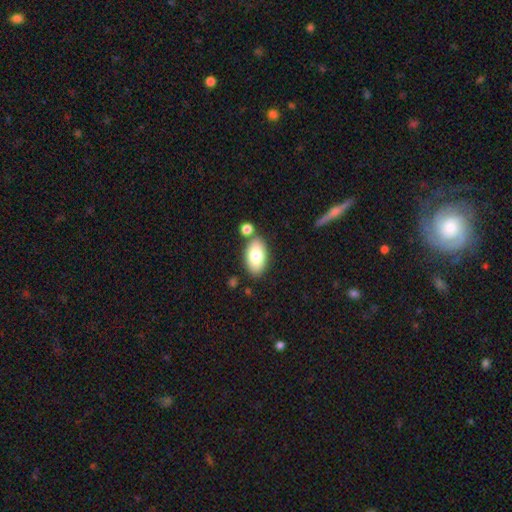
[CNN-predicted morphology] Q: Smooth or featured?
A: smooth (78%); runner-up: featured or disk (16%)
Q: How rounded?
A: in between (94%); runner-up: round (4%)
Q: Merging?
A: none (74%); runner-up: merger (12%)